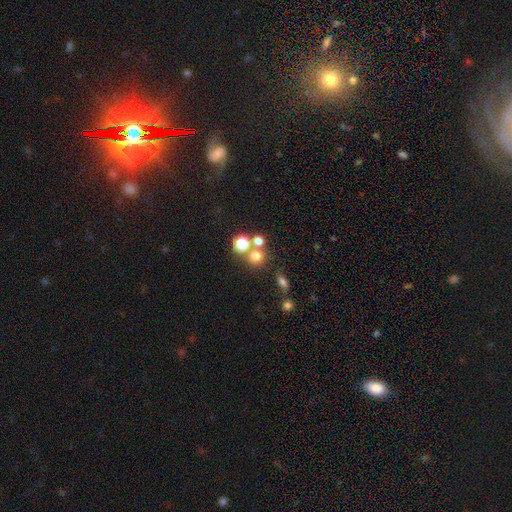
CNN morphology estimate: Overall: smooth (70%). How rounded: round (87%). Merging: none (58%; merger 31%).